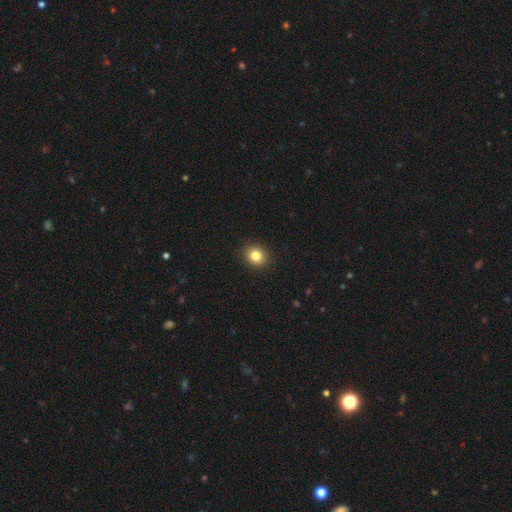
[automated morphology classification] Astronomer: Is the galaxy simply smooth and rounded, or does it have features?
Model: smooth — 82%.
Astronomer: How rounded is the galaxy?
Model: round — 76%.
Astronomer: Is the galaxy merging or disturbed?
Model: none — 92%.